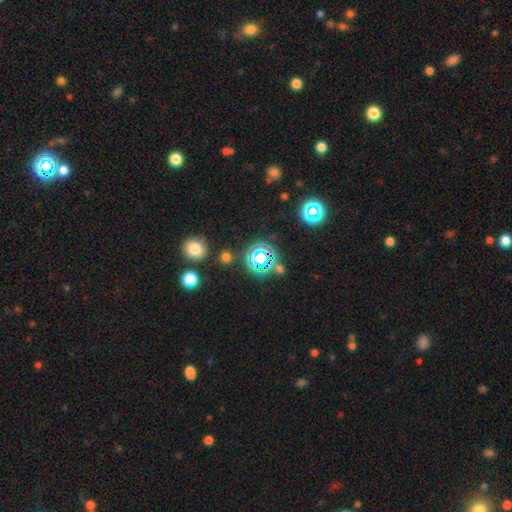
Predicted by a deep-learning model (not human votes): This is likely a star or artifact rather than a galaxy (65%).